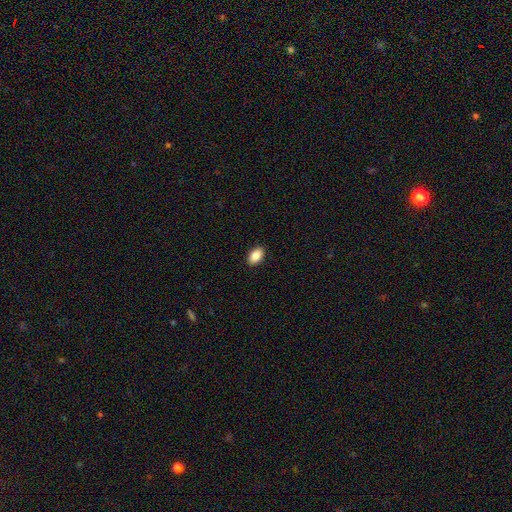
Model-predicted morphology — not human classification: A smooth galaxy with no disk features (88%) that is in between round and cigar-shaped (91%). Merging: none (90%).